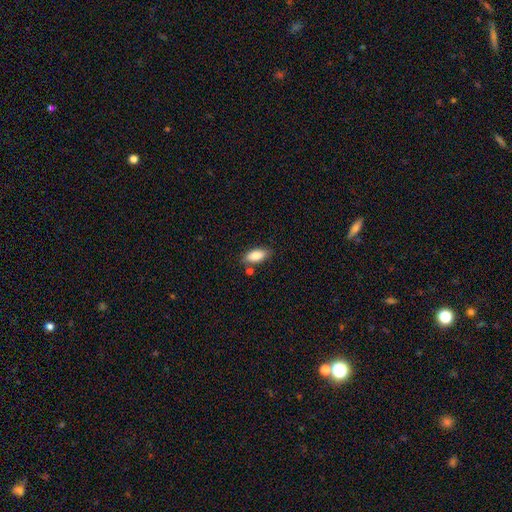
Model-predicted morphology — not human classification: smooth-or-featured: smooth: 86% | featured or disk: 8% | star or artifact: 7%
  how-rounded: in between: 88% | cigar-shaped: 10% | round: 3%
  merging: none: 77% | minor disturbance: 13% | merger: 7% | major disturbance: 3%